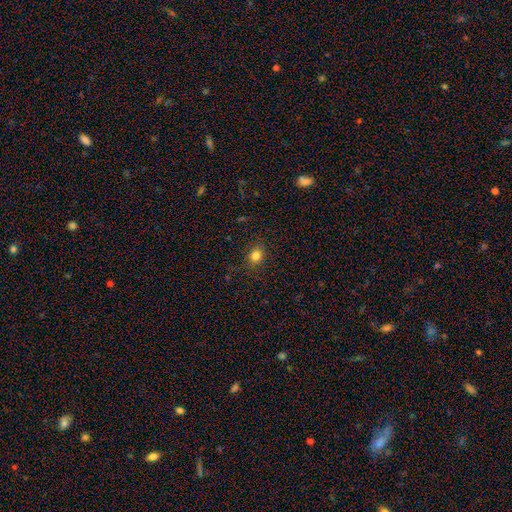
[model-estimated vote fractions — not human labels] Smooth or featured: smooth — 82% (star or artifact — 13%)
How rounded: round — 67% (in between — 32%)
Merging: none — 85% (minor disturbance — 11%)